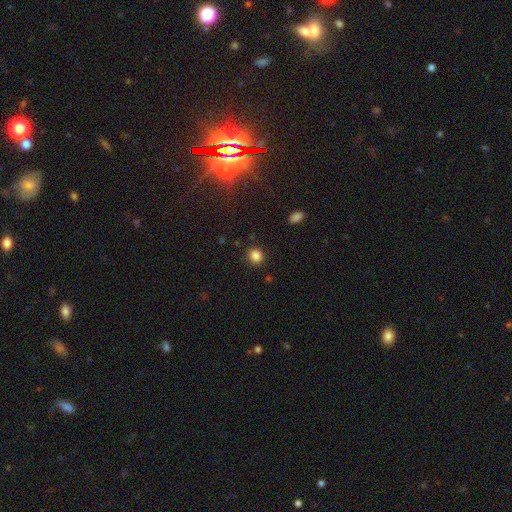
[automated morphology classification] Overall: smooth (85%). How rounded: round (83%). Merging: none (88%).